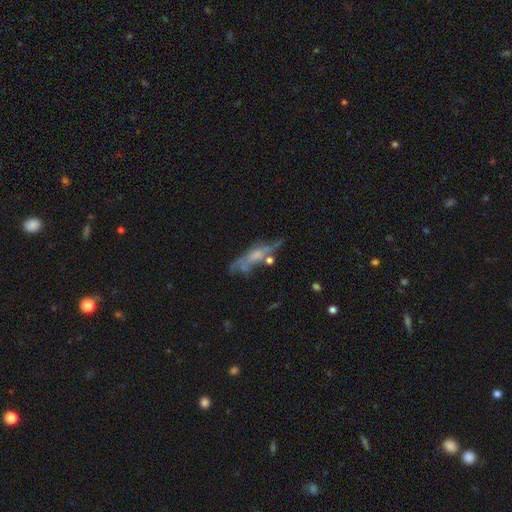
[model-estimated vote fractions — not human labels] Morphology: type=featured or disk (59%); edge-on=no (54%); merging=none (44%).